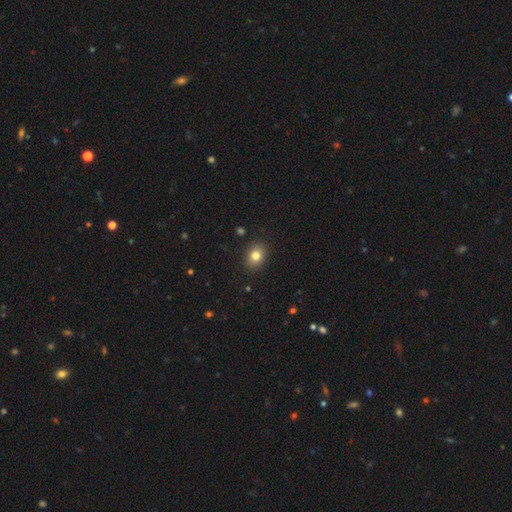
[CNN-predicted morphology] This appears to be a smooth galaxy with no disk features (81%) that is in between round and cigar-shaped (56%). Merging: none (88%).